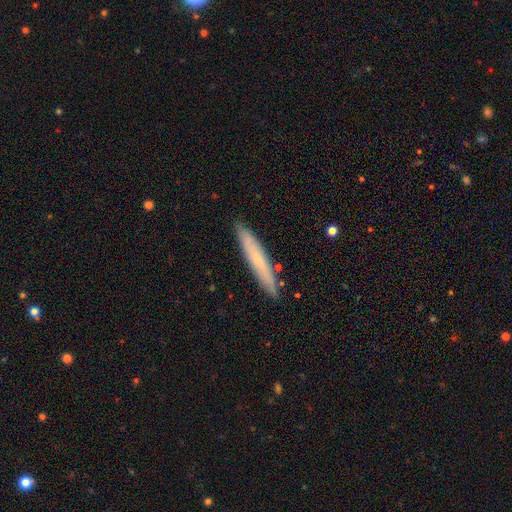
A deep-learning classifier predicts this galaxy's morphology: smooth-or-featured: smooth: 52% | featured or disk: 41% | star or artifact: 7%
  how-rounded: cigar-shaped: 94% | in between: 5% | round: 1%
  merging: none: 89% | minor disturbance: 8% | major disturbance: 1% | merger: 1%